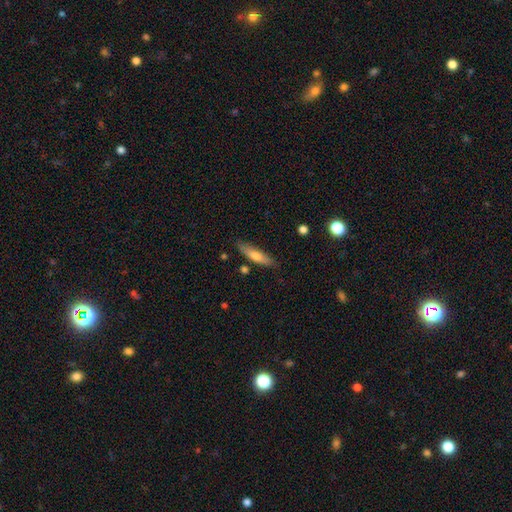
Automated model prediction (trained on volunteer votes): Morphology: type=smooth (65%); roundness=cigar-shaped (77%); merging=none (82%).